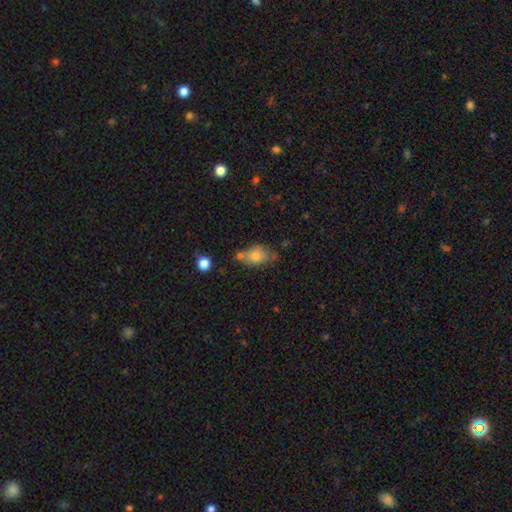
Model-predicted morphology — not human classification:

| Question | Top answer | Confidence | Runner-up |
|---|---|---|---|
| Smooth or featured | smooth | 72% | featured or disk (19%) |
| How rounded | in between | 82% | round (15%) |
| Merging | none | 51% | minor disturbance (26%) |